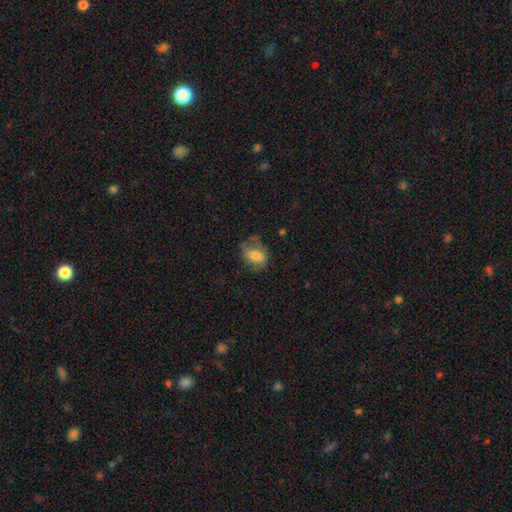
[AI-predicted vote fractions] Smooth or featured: smooth — 63% (featured or disk — 27%)
How rounded: in between — 72% (round — 26%)
Merging: none — 52% (minor disturbance — 28%)